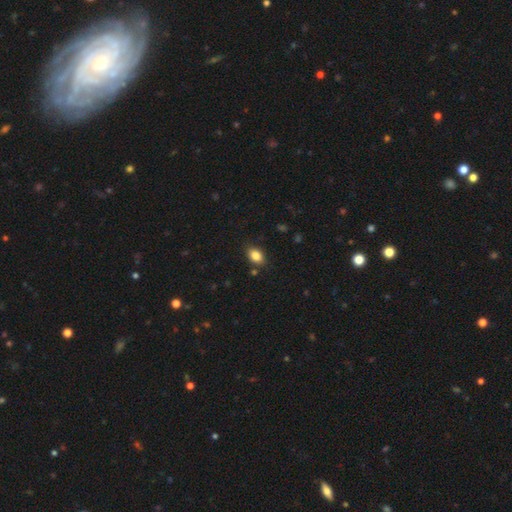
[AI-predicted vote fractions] The model was most divided on "how rounded": in between: 80%, round: 18%, cigar-shaped: 1%. More confident: smooth or featured — smooth (85%); merging — none (84%).